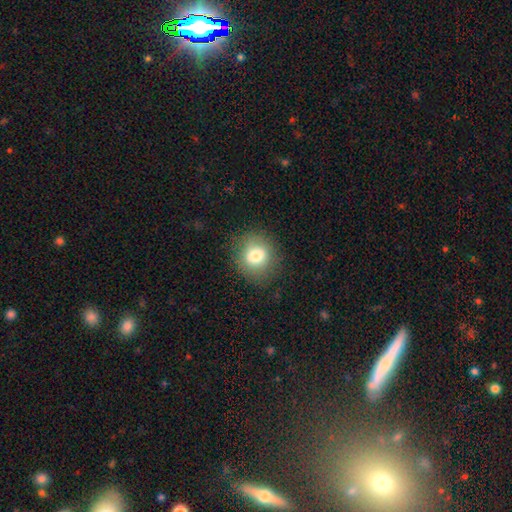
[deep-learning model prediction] This is likely a smooth galaxy (77%). How rounded: likely round (79%). Merging: clearly none (84%).